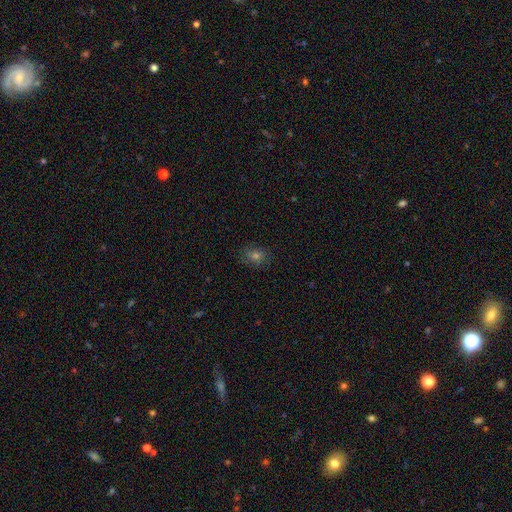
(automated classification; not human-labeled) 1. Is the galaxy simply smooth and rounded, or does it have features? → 56% smooth, 26% star or artifact, 17% featured or disk.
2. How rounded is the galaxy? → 51% round, 47% in between, 2% cigar-shaped.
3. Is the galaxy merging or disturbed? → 81% none, 13% minor disturbance, 4% major disturbance, 1% merger.